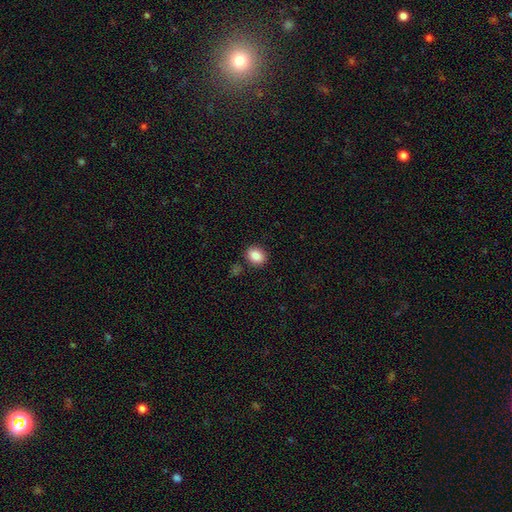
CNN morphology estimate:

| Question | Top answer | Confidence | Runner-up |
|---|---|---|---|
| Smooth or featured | smooth | 87% | star or artifact (9%) |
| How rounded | round | 54% | in between (45%) |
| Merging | none | 86% | minor disturbance (8%) |